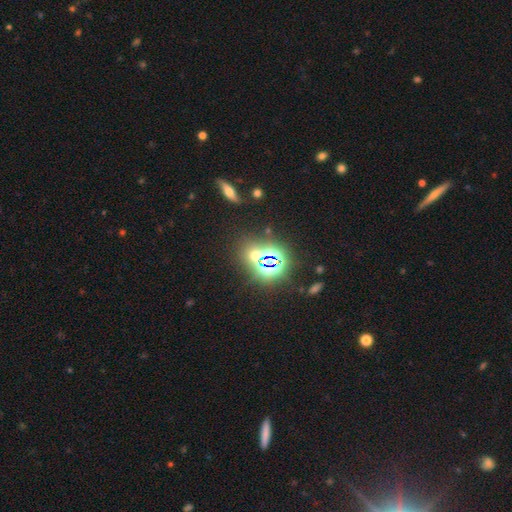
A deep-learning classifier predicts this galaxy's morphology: Smooth or featured: star or artifact — 60% (smooth — 31%)